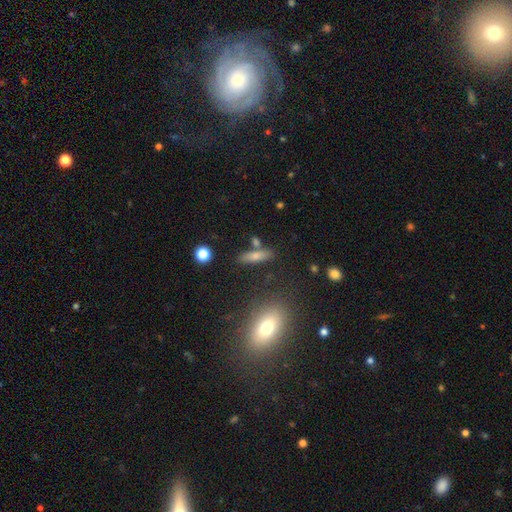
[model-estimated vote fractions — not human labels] smooth 68%, featured or disk 22%, star or artifact 10%. Down the decision tree: how rounded — cigar-shaped (61%); merging — none (73%).